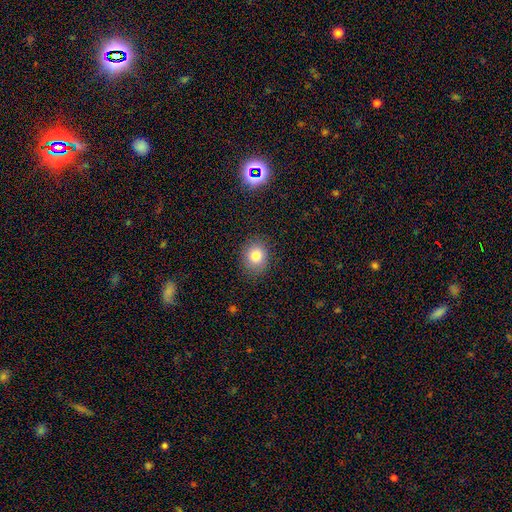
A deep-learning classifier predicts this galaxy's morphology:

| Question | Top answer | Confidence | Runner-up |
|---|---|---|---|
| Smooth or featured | smooth | 80% | star or artifact (11%) |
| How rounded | round | 67% | in between (32%) |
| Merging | none | 86% | minor disturbance (10%) |